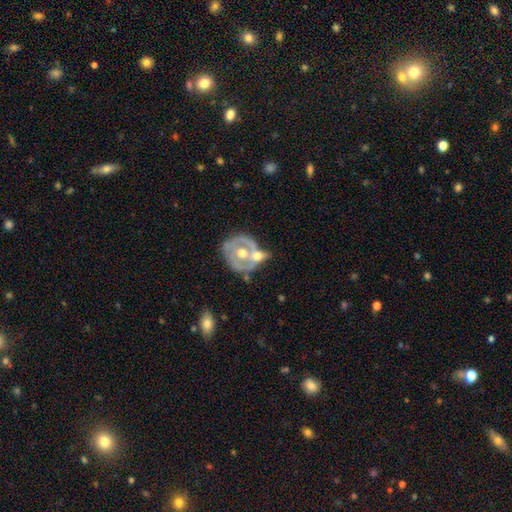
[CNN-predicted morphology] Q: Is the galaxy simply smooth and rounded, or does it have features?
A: featured or disk — 67%.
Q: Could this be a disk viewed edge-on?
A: no — 96%.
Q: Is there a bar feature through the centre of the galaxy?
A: no — 81%.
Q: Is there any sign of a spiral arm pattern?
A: no — 66%.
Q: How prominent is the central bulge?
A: moderate — 78%.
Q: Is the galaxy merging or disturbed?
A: merger — 42%.